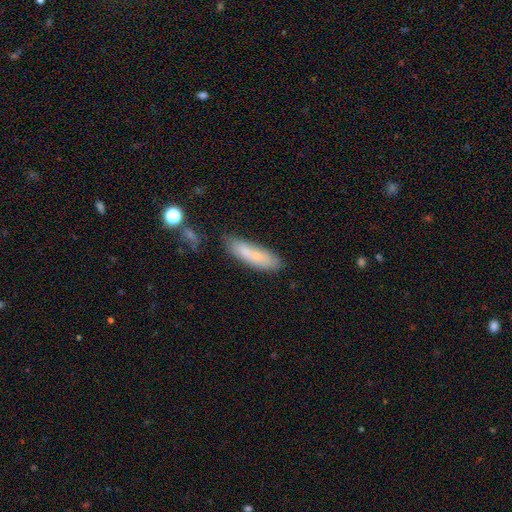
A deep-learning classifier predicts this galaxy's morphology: This is likely a smooth galaxy (69%). How rounded: likely cigar-shaped (60%). Merging: likely none (65%).